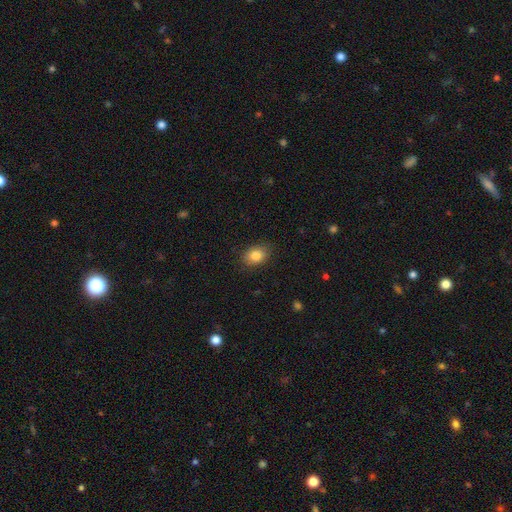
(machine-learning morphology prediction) smooth-or-featured: smooth: 84% | star or artifact: 9% | featured or disk: 7%
  how-rounded: in between: 73% | round: 26% | cigar-shaped: 1%
  merging: none: 86% | minor disturbance: 11% | major disturbance: 3% | merger: 1%